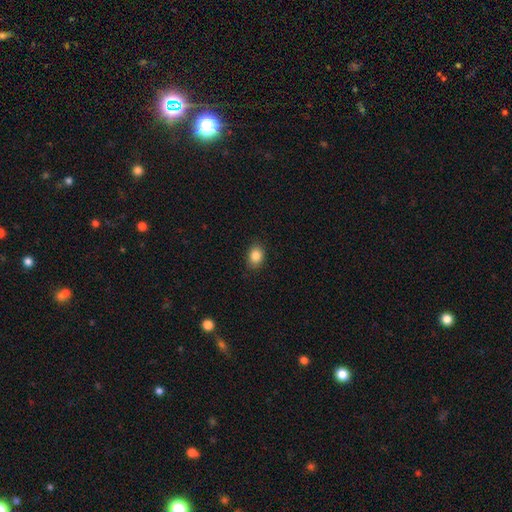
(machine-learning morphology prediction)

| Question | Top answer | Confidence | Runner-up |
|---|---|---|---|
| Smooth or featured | smooth | 85% | star or artifact (9%) |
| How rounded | in between | 65% | round (34%) |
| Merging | none | 86% | minor disturbance (11%) |